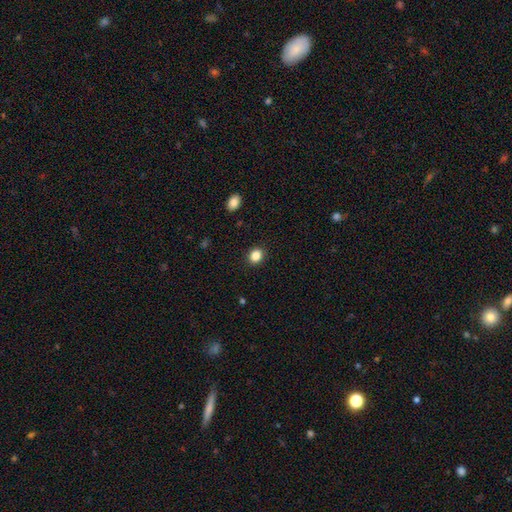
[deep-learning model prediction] smooth 85%, star or artifact 11%, featured or disk 4%. Down the decision tree: how rounded — round (68%); merging — none (91%).